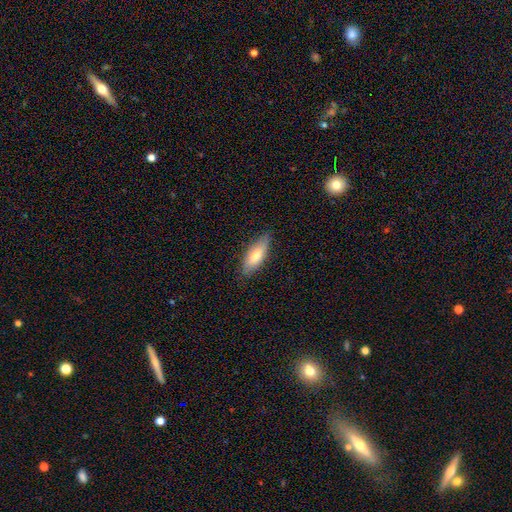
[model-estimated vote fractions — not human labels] Smooth or featured?
  - smooth: 72% *
  - featured or disk: 21%
  - star or artifact: 6%
How rounded?
  - in between: 66% *
  - cigar-shaped: 32%
  - round: 2%
Merging?
  - none: 82% *
  - minor disturbance: 15%
  - major disturbance: 3%
  - merger: 1%